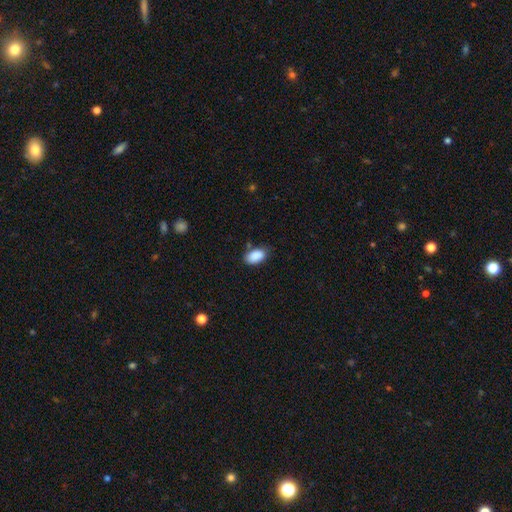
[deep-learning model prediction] A smooth galaxy with no disk features (89%) that is in between round and cigar-shaped (93%).

Vote fractions:
- Smooth or featured? smooth: 89% / star or artifact: 7% / featured or disk: 3%
- How rounded? in between: 93% / round: 6% / cigar-shaped: 2%
- Merging? none: 77% / minor disturbance: 17% / major disturbance: 3% / merger: 3%